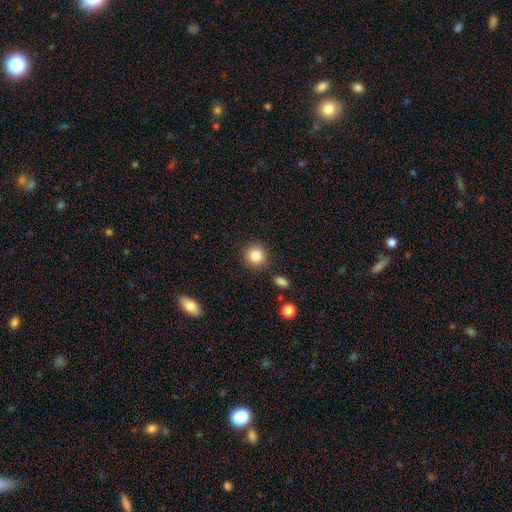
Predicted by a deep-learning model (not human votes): A smooth galaxy with no disk features (86%) that is round (88%).

Vote fractions:
- Smooth or featured? smooth: 86% / star or artifact: 9% / featured or disk: 5%
- How rounded? round: 88% / in between: 11% / cigar-shaped: 1%
- Merging? none: 86% / minor disturbance: 8% / merger: 3% / major disturbance: 3%